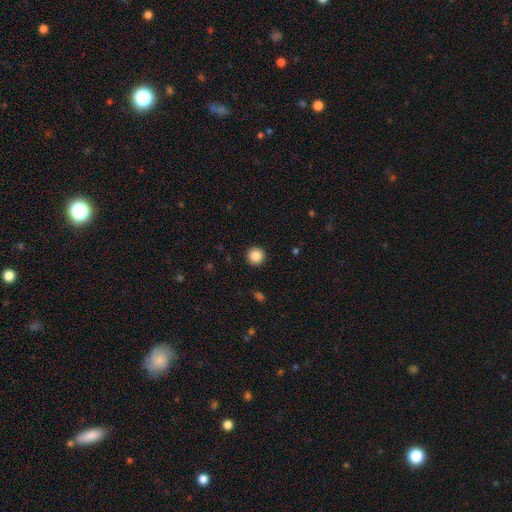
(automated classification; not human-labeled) Smooth or featured: smooth — 86% (star or artifact — 9%)
How rounded: round — 96% (in between — 3%)
Merging: none — 93% (minor disturbance — 4%)